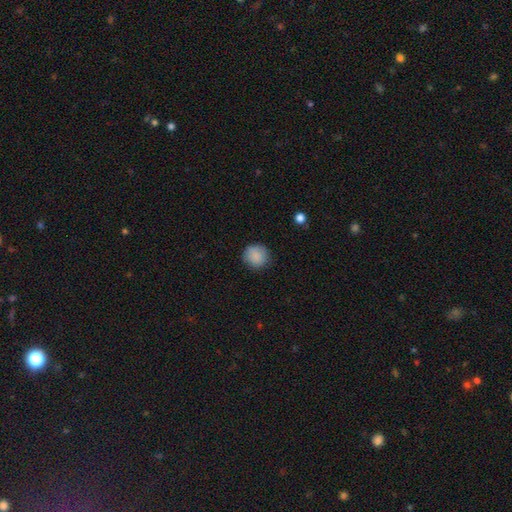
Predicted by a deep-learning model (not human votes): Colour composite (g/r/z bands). It shows a smooth galaxy with no disk features (88%) that is round (91%). Merging: none (86%).